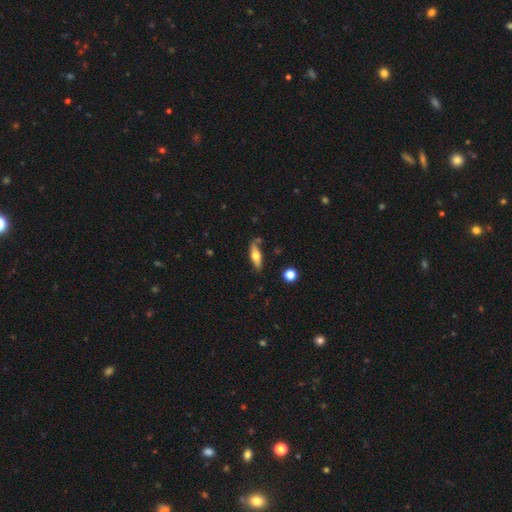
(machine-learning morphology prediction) A smooth galaxy with no disk features (51%) that is cigar-shaped (50%).

Vote fractions:
- Smooth or featured? smooth: 51% / featured or disk: 43% / star or artifact: 6%
- How rounded? cigar-shaped: 50% / in between: 47% / round: 3%
- Merging? none: 72% / minor disturbance: 18% / merger: 5% / major disturbance: 5%